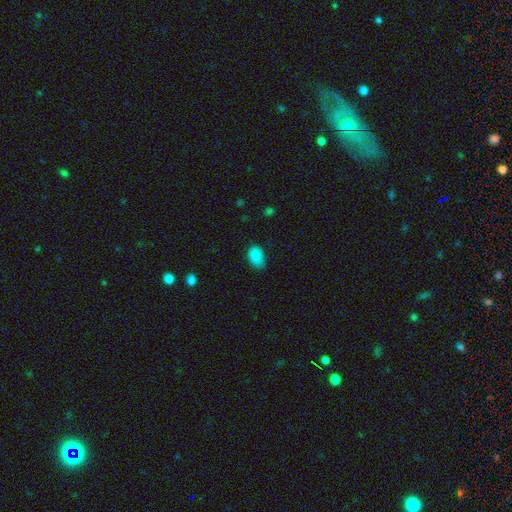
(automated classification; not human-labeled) Smooth or featured? smooth (87%)
How rounded? in between (87%)
Merging? none (65%)